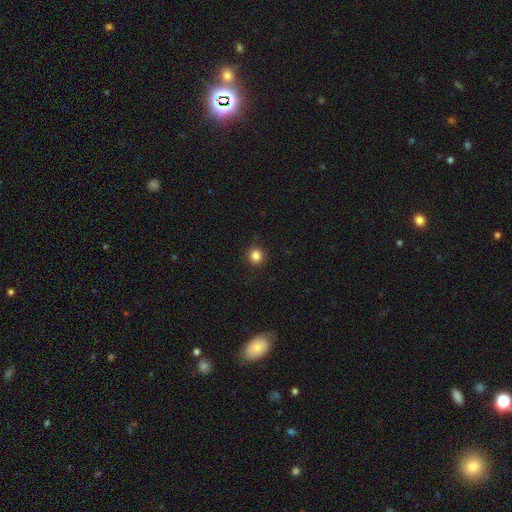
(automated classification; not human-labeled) Smooth or featured? smooth (84%)
How rounded? round (93%)
Merging? none (91%)